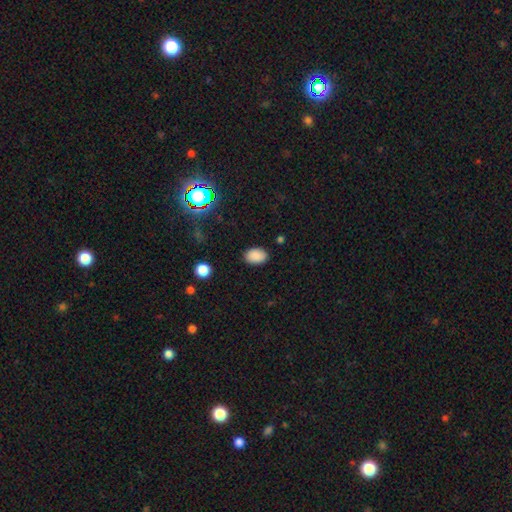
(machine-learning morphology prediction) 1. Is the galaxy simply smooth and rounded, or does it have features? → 87% smooth, 10% star or artifact, 3% featured or disk.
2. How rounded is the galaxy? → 85% in between, 14% round, 1% cigar-shaped.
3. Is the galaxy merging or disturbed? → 87% none, 10% minor disturbance, 2% major disturbance, 1% merger.